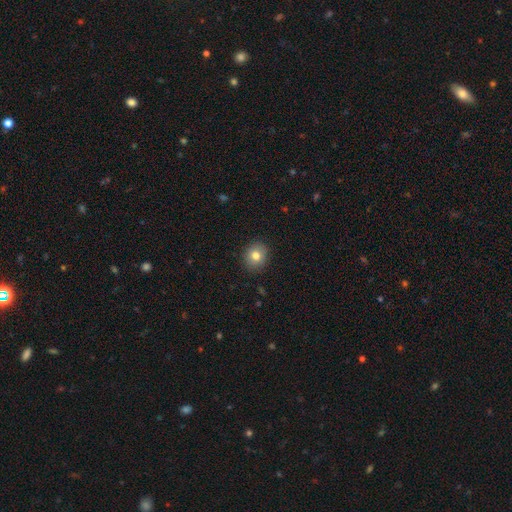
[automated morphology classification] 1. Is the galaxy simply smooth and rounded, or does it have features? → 78% smooth, 12% featured or disk, 10% star or artifact.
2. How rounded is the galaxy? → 73% round, 26% in between, 1% cigar-shaped.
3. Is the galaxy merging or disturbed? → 90% none, 7% minor disturbance, 2% major disturbance, 1% merger.